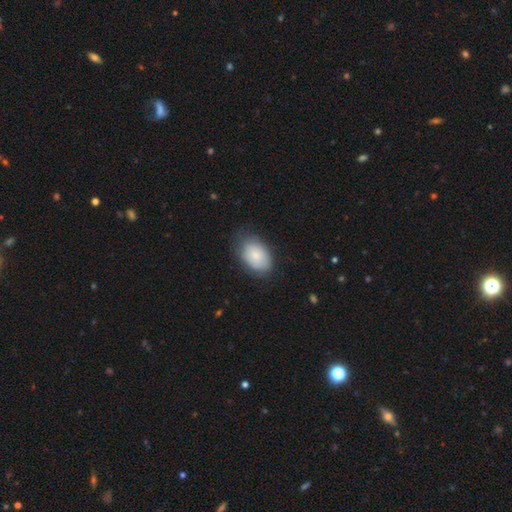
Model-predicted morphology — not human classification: A smooth galaxy with no disk features (80%) that is in between round and cigar-shaped (87%). Merging: none (69%).